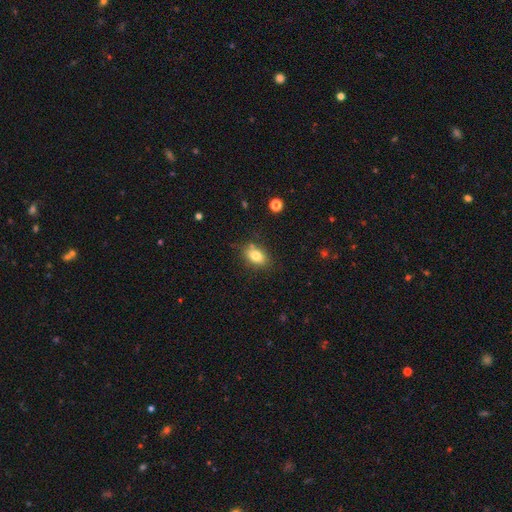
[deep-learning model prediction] This appears to be a smooth galaxy with no disk features (82%) that is in between round and cigar-shaped (84%). Merging: none (77%).